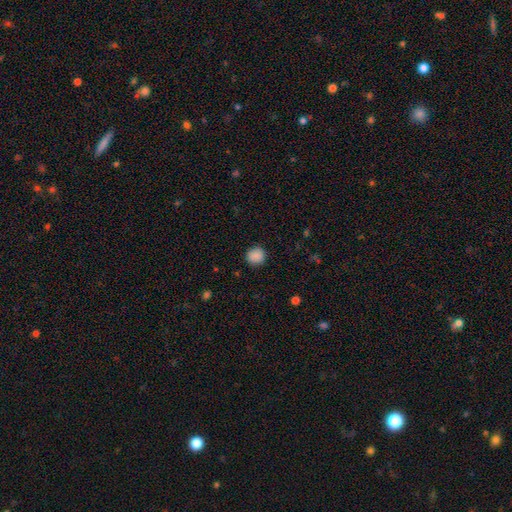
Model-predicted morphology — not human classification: Overall: smooth (89%). How rounded: round (88%). Merging: none (89%).